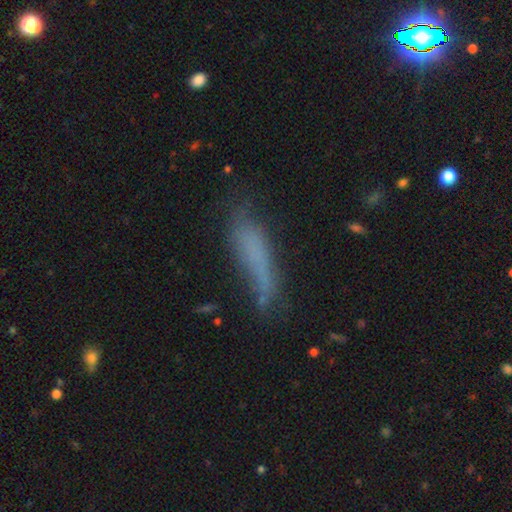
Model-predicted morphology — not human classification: smooth-or-featured: smooth: 63% | featured or disk: 25% | star or artifact: 12%
  how-rounded: cigar-shaped: 75% | in between: 23% | round: 2%
  merging: none: 51% | minor disturbance: 29% | major disturbance: 16% | merger: 4%